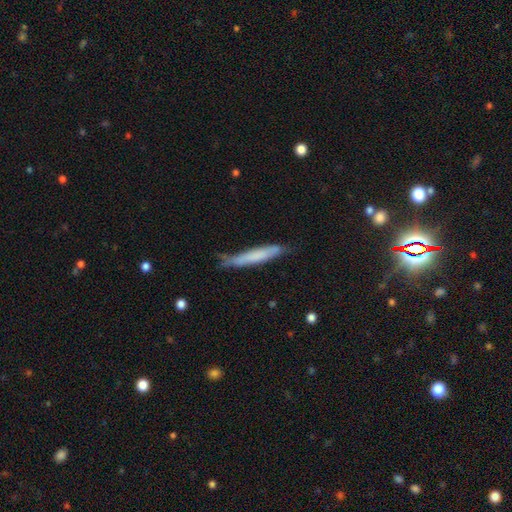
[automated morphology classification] smooth-or-featured: smooth: 65% | featured or disk: 28% | star or artifact: 6%
  how-rounded: cigar-shaped: 93% | in between: 5% | round: 1%
  merging: none: 66% | minor disturbance: 26% | major disturbance: 6% | merger: 2%